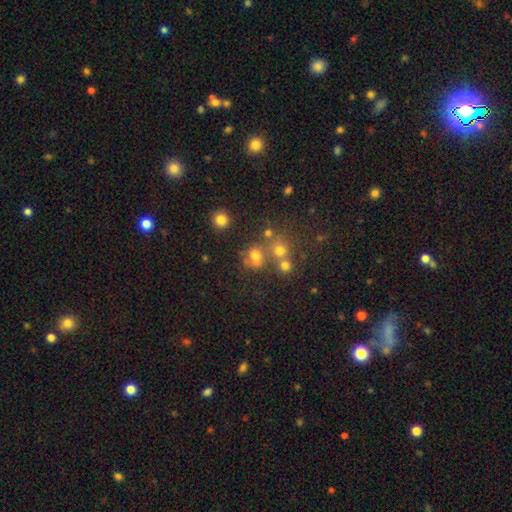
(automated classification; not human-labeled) Smooth or featured?
  - smooth: 60% *
  - star or artifact: 24%
  - featured or disk: 16%
How rounded?
  - round: 78% *
  - in between: 21%
  - cigar-shaped: 1%
Merging?
  - none: 52% *
  - merger: 32%
  - minor disturbance: 10%
  - major disturbance: 6%